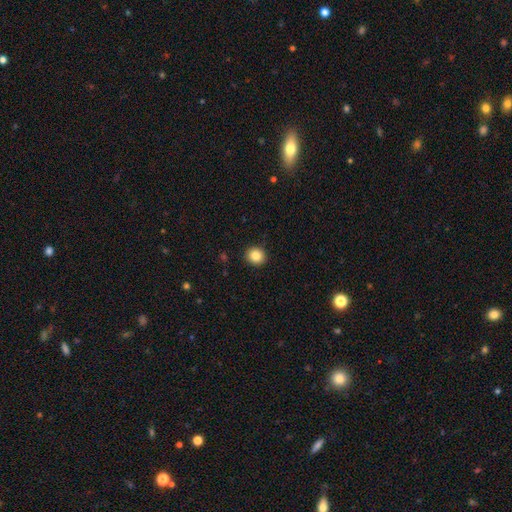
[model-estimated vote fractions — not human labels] Smooth or featured?
  - smooth: 84% *
  - star or artifact: 10%
  - featured or disk: 6%
How rounded?
  - round: 88% *
  - in between: 12%
  - cigar-shaped: 1%
Merging?
  - none: 92% *
  - minor disturbance: 5%
  - major disturbance: 2%
  - merger: 1%